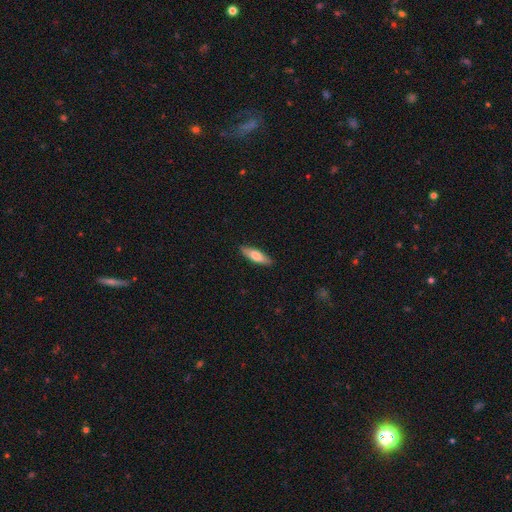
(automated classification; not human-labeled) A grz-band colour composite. It shows a smooth galaxy with no disk features (72%) that is cigar-shaped (57%). Merging: none (88%).